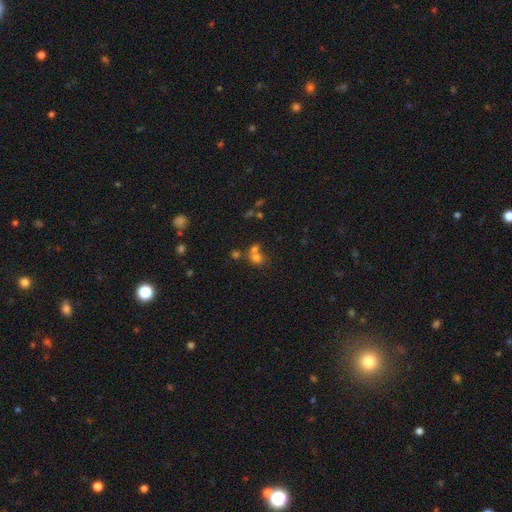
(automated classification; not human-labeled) Smooth or featured? Predicted: smooth (p=0.66). How rounded? Predicted: round (p=0.76). Merging? Predicted: merger (p=0.52).